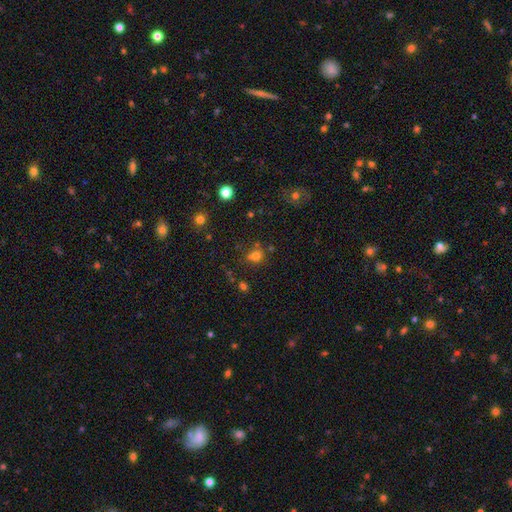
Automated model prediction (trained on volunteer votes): A smooth galaxy with no disk features (70%) that is round (76%).

Vote fractions:
- Smooth or featured? smooth: 70% / star or artifact: 21% / featured or disk: 10%
- How rounded? round: 76% / in between: 23% / cigar-shaped: 1%
- Merging? none: 57% / merger: 21% / minor disturbance: 16% / major disturbance: 6%